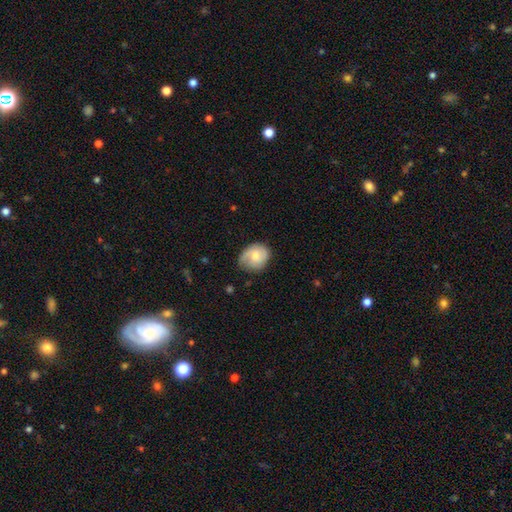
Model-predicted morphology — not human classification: Q: Smooth or featured?
A: smooth (59%); runner-up: featured or disk (34%)
Q: How rounded?
A: round (54%); runner-up: in between (45%)
Q: Merging?
A: none (58%); runner-up: minor disturbance (31%)